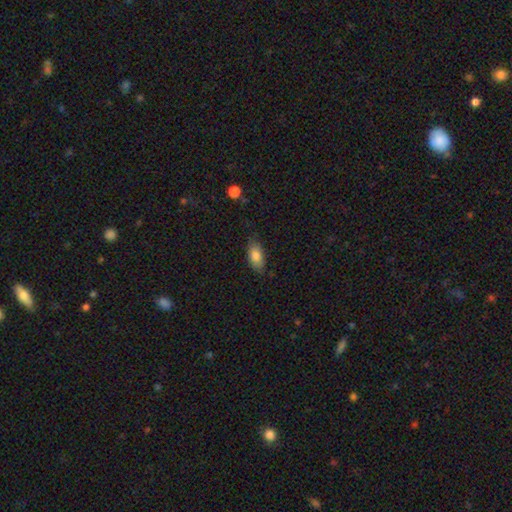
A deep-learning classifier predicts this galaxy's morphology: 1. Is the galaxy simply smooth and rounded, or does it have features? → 83% smooth, 10% featured or disk, 7% star or artifact.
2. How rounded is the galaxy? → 89% in between, 7% cigar-shaped, 4% round.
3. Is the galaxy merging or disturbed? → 79% none, 16% minor disturbance, 3% major disturbance, 1% merger.